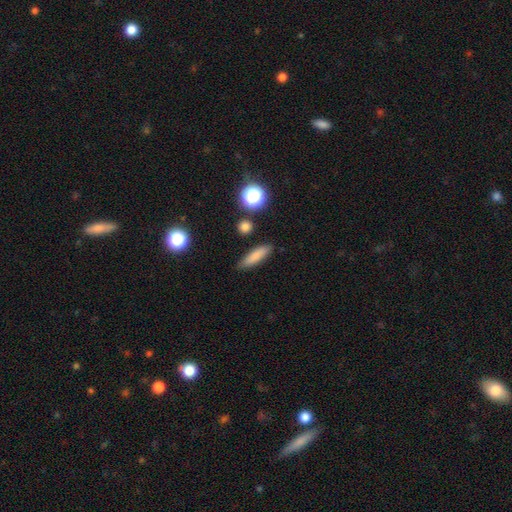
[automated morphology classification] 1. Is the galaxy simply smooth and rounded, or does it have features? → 79% smooth, 11% featured or disk, 9% star or artifact.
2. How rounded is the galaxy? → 64% cigar-shaped, 32% in between, 4% round.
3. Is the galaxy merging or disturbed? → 85% none, 10% minor disturbance, 3% merger, 3% major disturbance.